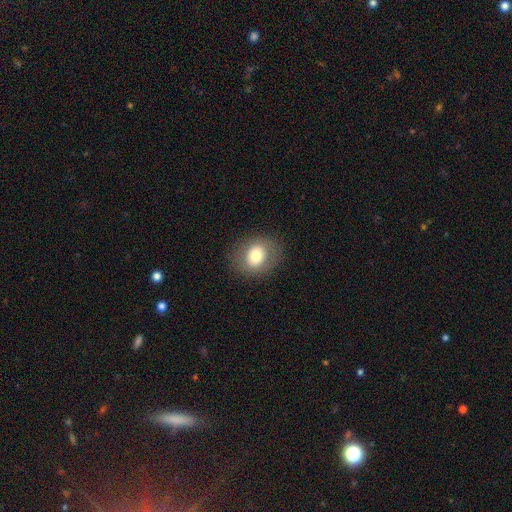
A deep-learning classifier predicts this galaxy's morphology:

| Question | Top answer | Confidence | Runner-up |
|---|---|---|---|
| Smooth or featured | smooth | 74% | featured or disk (17%) |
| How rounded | round | 58% | in between (41%) |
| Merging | none | 84% | minor disturbance (10%) |